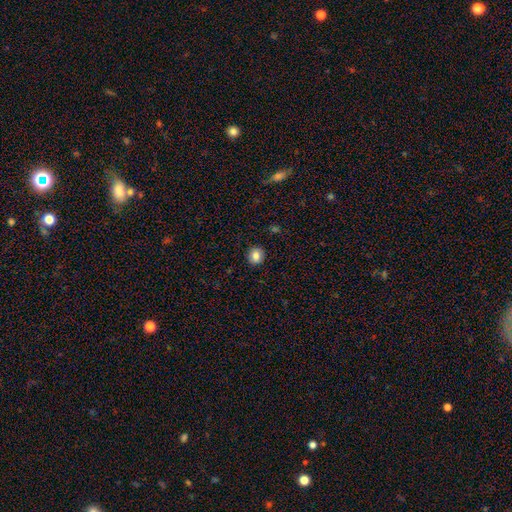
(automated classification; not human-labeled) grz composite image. It shows a smooth galaxy with no disk features (83%) that is round (84%). Merging: none (90%).